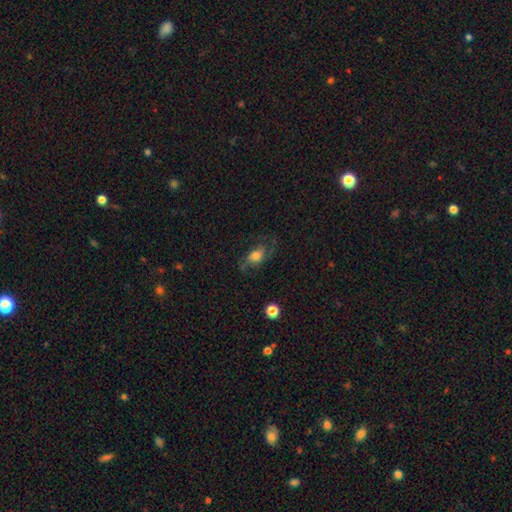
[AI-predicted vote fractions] Overall: featured or disk (58%; smooth 32%). Edge-on disk: no (94%). Bar: no (67%). Spiral arms: yes (87%). Bulge size: moderate (45%; large 31%). Merging: none (58%; minor disturbance 20%).